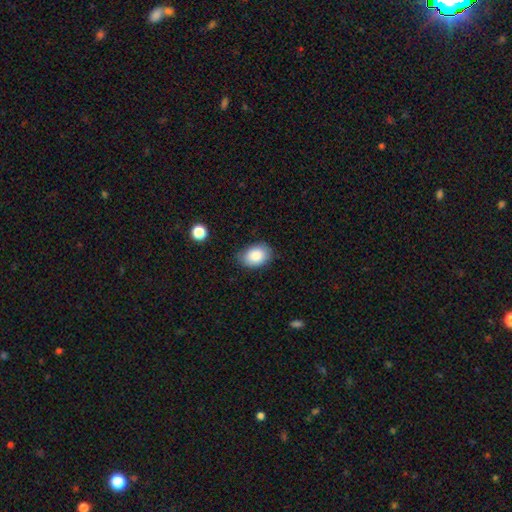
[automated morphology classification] type=smooth (86%); roundness=in between (80%); merging=none (74%).